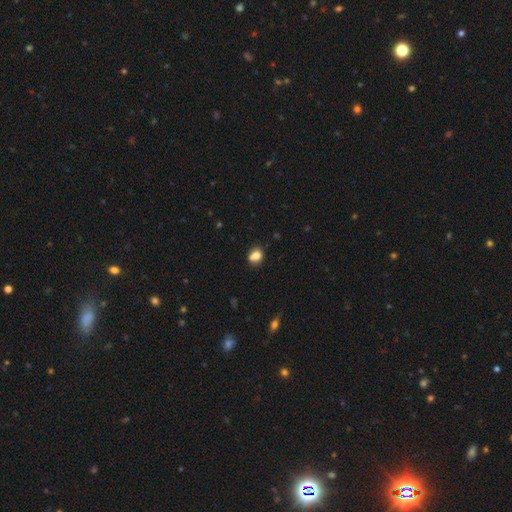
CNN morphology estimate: A smooth galaxy with no disk features (78%) that is round (64%). Merging: none (56%).